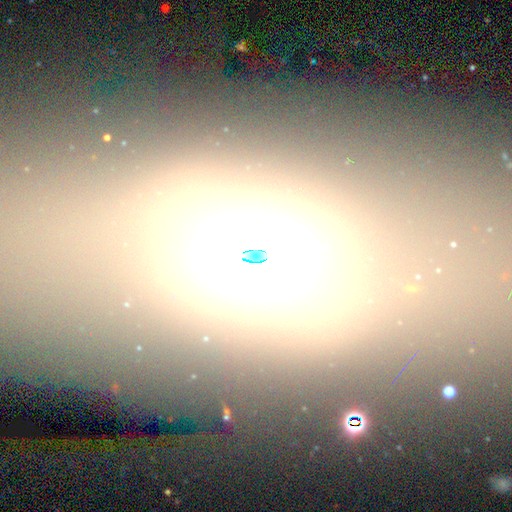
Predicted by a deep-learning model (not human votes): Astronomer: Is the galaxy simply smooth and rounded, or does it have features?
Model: star or artifact — 38% (runner-up: smooth, 35%).